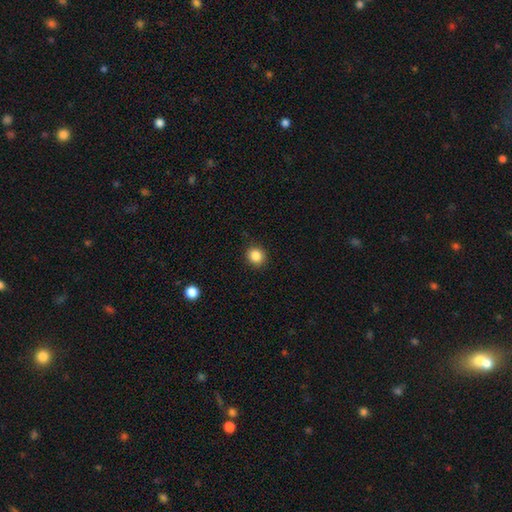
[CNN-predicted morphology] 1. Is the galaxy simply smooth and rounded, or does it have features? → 86% smooth, 10% star or artifact, 3% featured or disk.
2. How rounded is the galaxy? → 84% round, 15% in between, 1% cigar-shaped.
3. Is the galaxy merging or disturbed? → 90% none, 7% minor disturbance, 2% major disturbance, 1% merger.